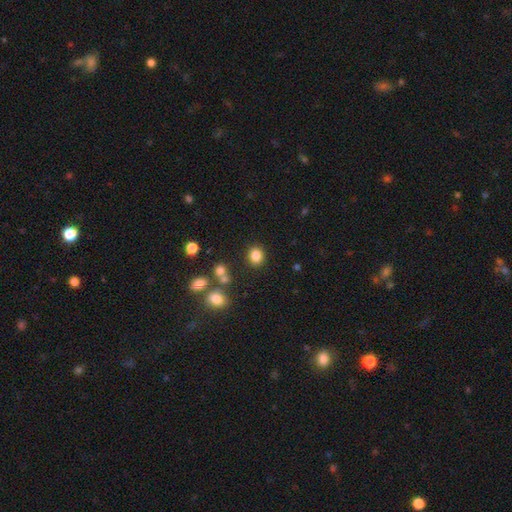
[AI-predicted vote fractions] Smooth or featured: smooth — 83% (star or artifact — 12%)
How rounded: round — 73% (in between — 26%)
Merging: none — 85% (minor disturbance — 8%)